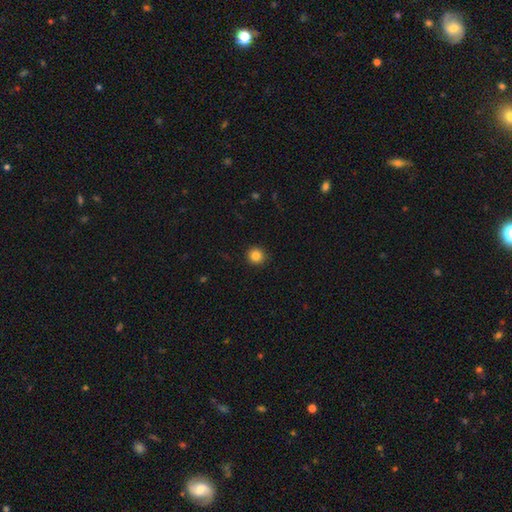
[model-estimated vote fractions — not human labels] The model was most divided on "smooth or featured": smooth: 85%, star or artifact: 11%, featured or disk: 4%. More confident: how rounded — round (93%); merging — none (92%).